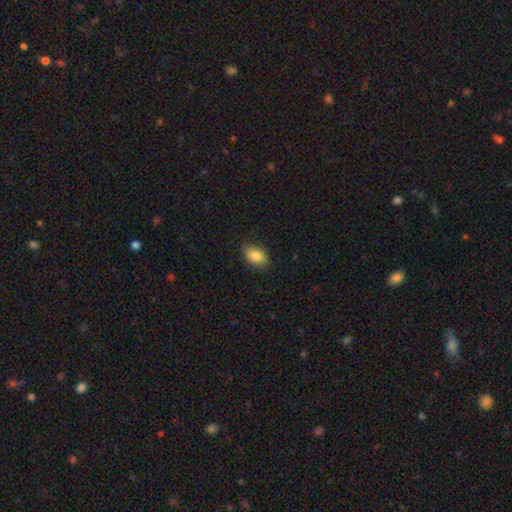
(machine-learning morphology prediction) A smooth galaxy with no disk features (83%) that is in between round and cigar-shaped (86%).

Vote fractions:
- Smooth or featured? smooth: 83% / featured or disk: 9% / star or artifact: 8%
- How rounded? in between: 86% / round: 12% / cigar-shaped: 2%
- Merging? none: 82% / minor disturbance: 14% / major disturbance: 3% / merger: 1%